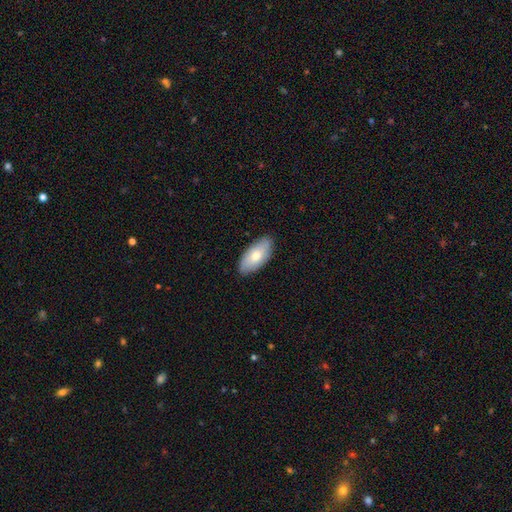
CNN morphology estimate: Q: Smooth or featured?
A: smooth (70%); runner-up: featured or disk (24%)
Q: How rounded?
A: in between (92%); runner-up: cigar-shaped (5%)
Q: Merging?
A: none (86%); runner-up: minor disturbance (11%)